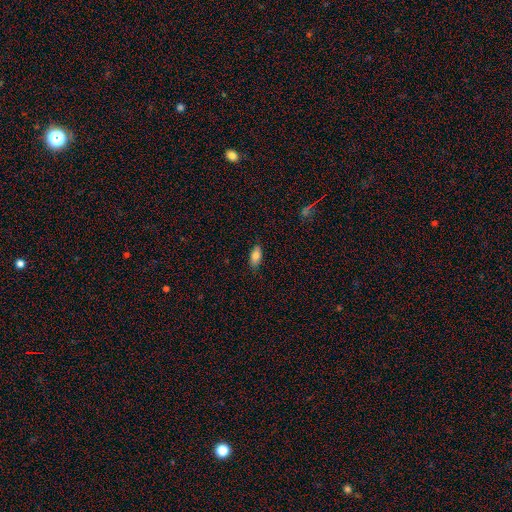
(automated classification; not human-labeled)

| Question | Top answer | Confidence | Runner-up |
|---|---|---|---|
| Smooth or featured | smooth | 83% | featured or disk (10%) |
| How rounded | in between | 89% | cigar-shaped (8%) |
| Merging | none | 85% | minor disturbance (12%) |